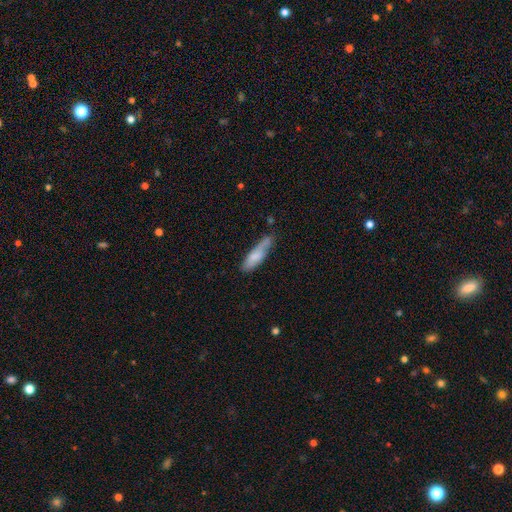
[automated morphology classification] Smooth or featured? smooth (71%)
How rounded? cigar-shaped (65%)
Merging? none (58%)